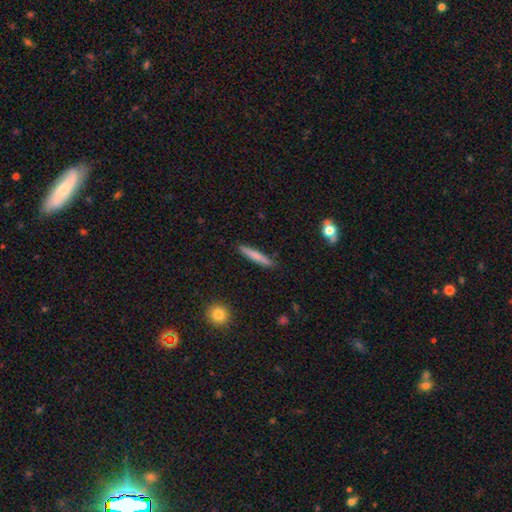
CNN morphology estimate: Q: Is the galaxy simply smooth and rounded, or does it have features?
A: smooth — 73%.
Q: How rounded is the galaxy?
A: cigar-shaped — 94%.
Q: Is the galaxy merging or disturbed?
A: none — 89%.